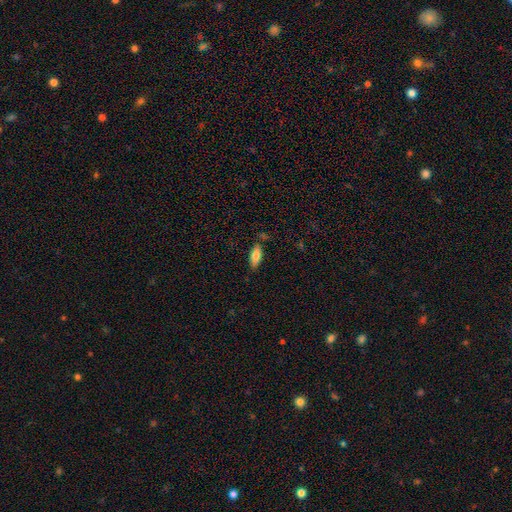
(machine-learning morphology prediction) Q: Smooth or featured?
A: smooth (81%); runner-up: featured or disk (12%)
Q: How rounded?
A: in between (78%); runner-up: cigar-shaped (20%)
Q: Merging?
A: none (78%); runner-up: minor disturbance (15%)